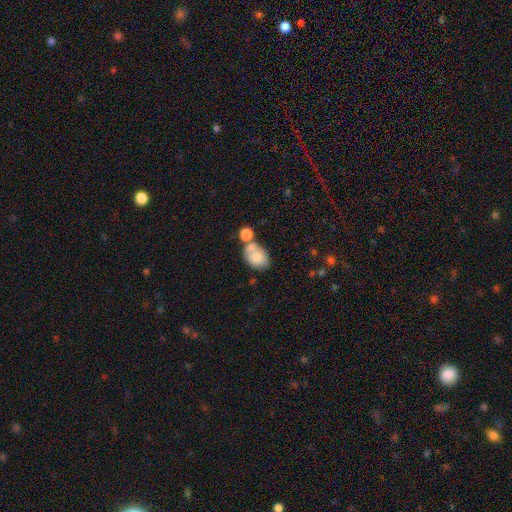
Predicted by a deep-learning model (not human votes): smooth-or-featured: smooth: 76% | featured or disk: 16% | star or artifact: 8%
  how-rounded: in between: 69% | round: 29% | cigar-shaped: 1%
  merging: merger: 38% (tied) | none: 38% (tied) | minor disturbance: 17% | major disturbance: 7%